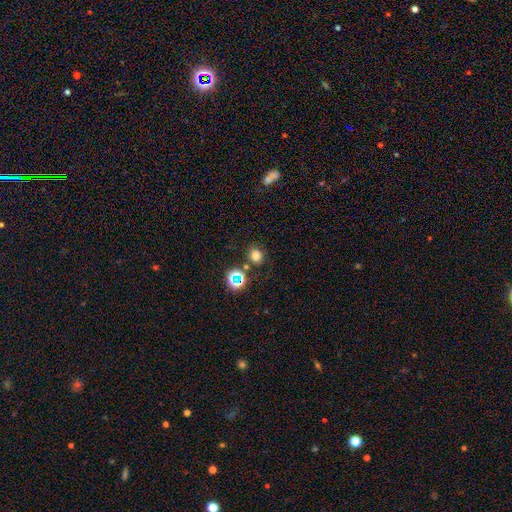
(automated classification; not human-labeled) This appears to be a smooth galaxy with no disk features (74%) that is round (80%). Merging: none (80%).